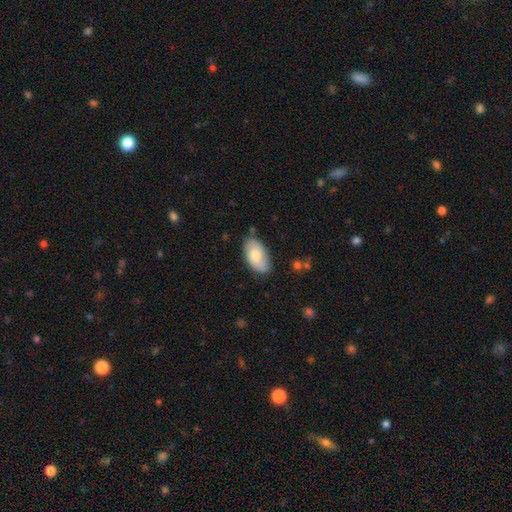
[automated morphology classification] A smooth galaxy with no disk features (70%) that is in between round and cigar-shaped (95%). Merging: none (74%).